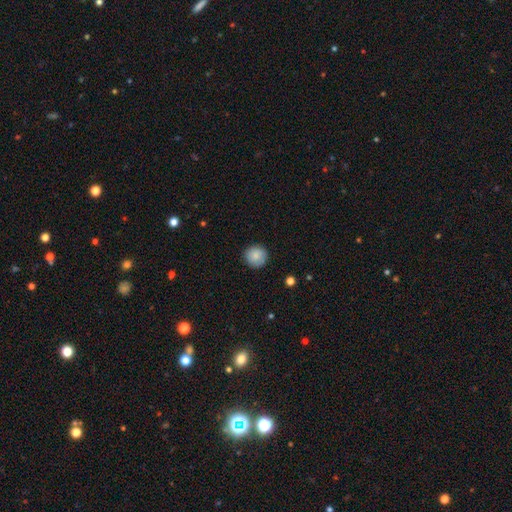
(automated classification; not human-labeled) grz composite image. It shows a smooth galaxy with no disk features (87%) that is round (95%). Merging: none (90%).